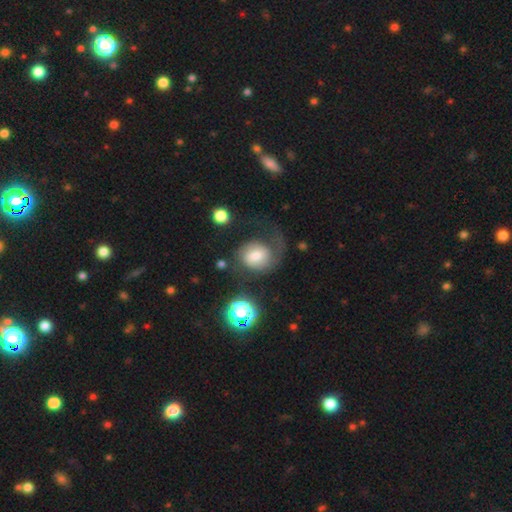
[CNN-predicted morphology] type=featured or disk (50%); edge-on=no (97%); merging=none (40%).